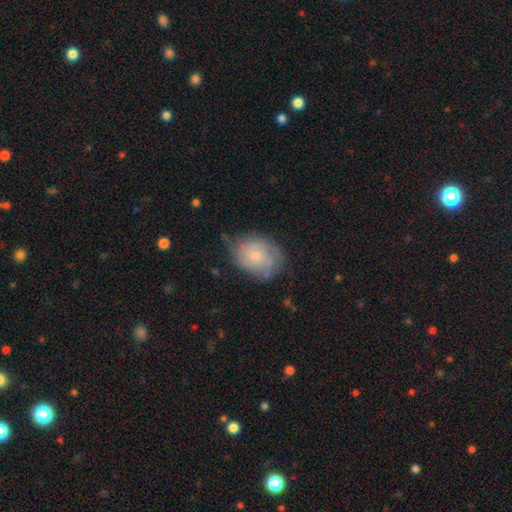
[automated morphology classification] smooth_or_featured: featured or disk (p=0.48) [alt: smooth p=0.44]
merging: none (p=0.59) [alt: minor disturbance p=0.29]